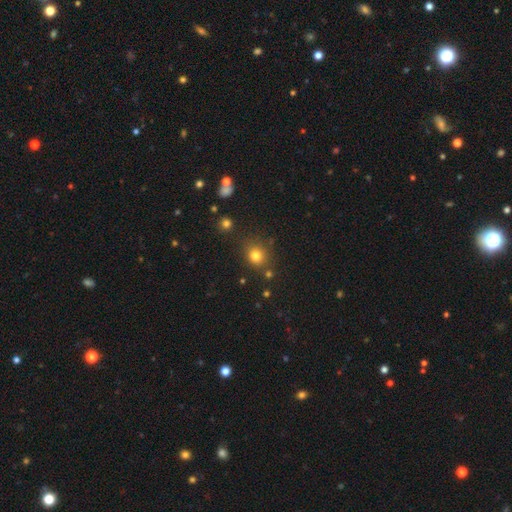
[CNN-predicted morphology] smooth_or_featured: smooth (p=0.79) [alt: star or artifact p=0.15]
how_rounded: round (p=0.81) [alt: in between p=0.18]
merging: none (p=0.79) [alt: minor disturbance p=0.11]